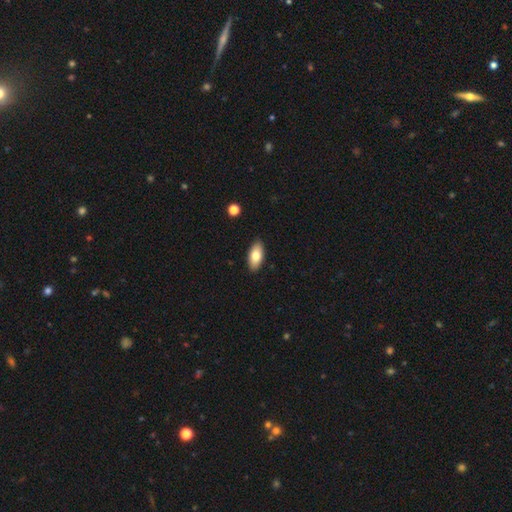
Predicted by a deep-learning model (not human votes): A smooth galaxy with no disk features (78%) that is in between round and cigar-shaped (90%).

Vote fractions:
- Smooth or featured? smooth: 78% / featured or disk: 16% / star or artifact: 7%
- How rounded? in between: 90% / cigar-shaped: 7% / round: 3%
- Merging? none: 89% / minor disturbance: 8% / major disturbance: 2% / merger: 1%